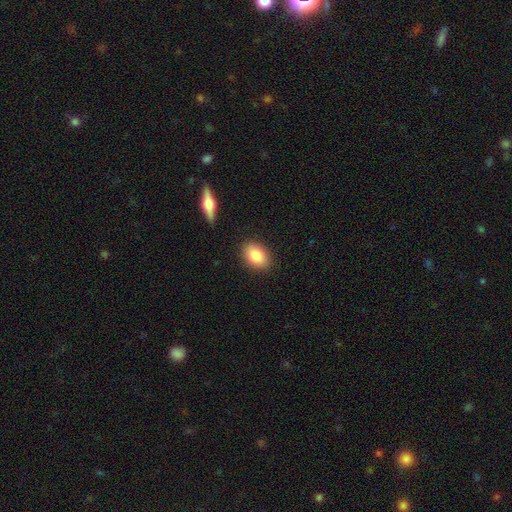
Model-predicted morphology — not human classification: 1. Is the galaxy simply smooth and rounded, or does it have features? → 85% smooth, 8% featured or disk, 7% star or artifact.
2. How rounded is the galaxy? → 84% in between, 14% round, 2% cigar-shaped.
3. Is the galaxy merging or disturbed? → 87% none, 9% minor disturbance, 2% major disturbance, 2% merger.